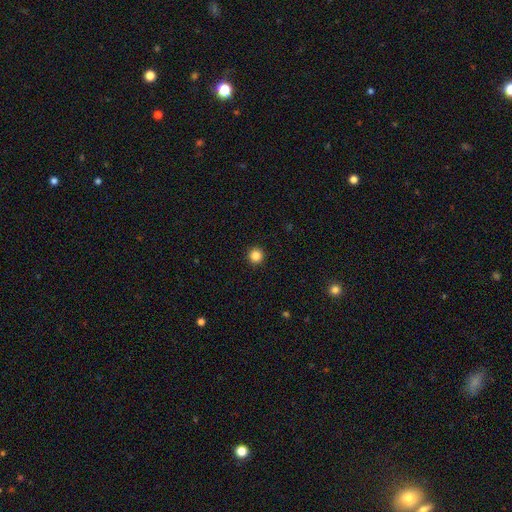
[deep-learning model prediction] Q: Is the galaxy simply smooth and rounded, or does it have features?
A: smooth — 85%.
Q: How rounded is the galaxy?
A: round — 96%.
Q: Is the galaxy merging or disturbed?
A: none — 94%.